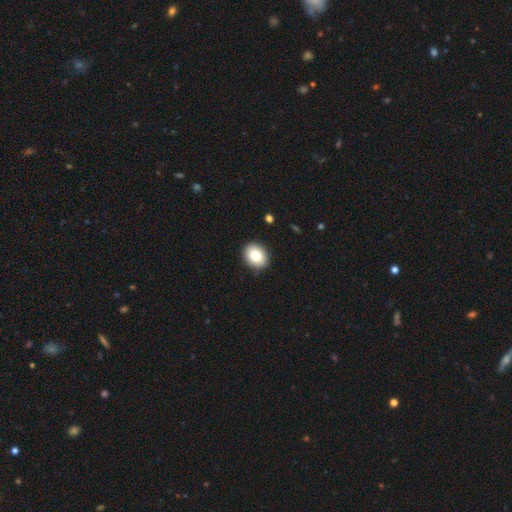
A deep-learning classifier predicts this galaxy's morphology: type=smooth (80%); roundness=round (51%); merging=none (90%).